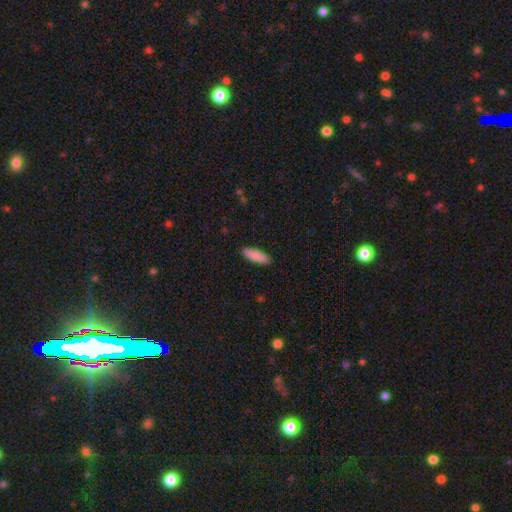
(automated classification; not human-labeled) Smooth or featured? smooth (89%)
How rounded? cigar-shaped (49%, tied with in between)
Merging? none (90%)